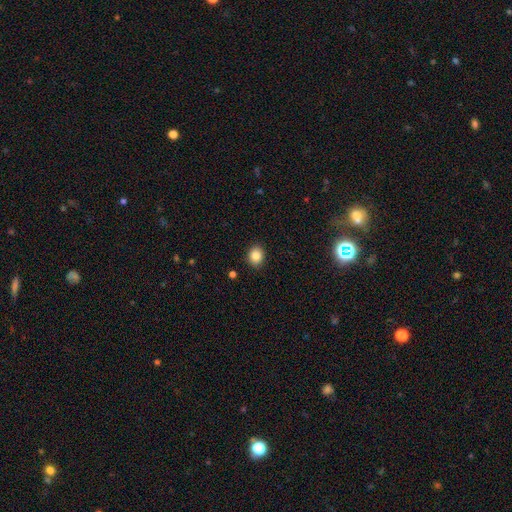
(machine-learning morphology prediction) Q: Smooth or featured?
A: smooth (84%); runner-up: star or artifact (10%)
Q: How rounded?
A: round (63%); runner-up: in between (36%)
Q: Merging?
A: none (90%); runner-up: minor disturbance (7%)